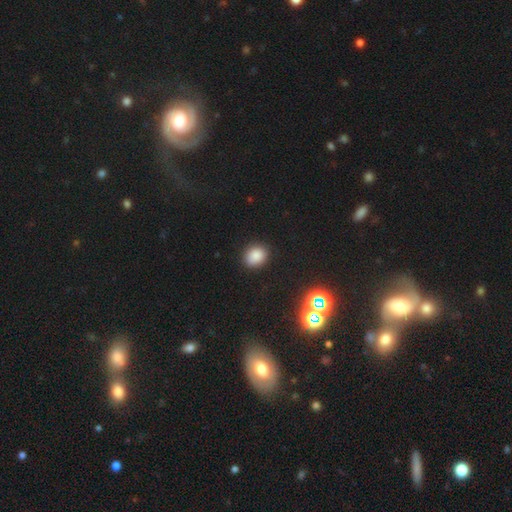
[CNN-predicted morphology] Overall: smooth (84%). How rounded: round (60%; in between 39%). Merging: none (88%).